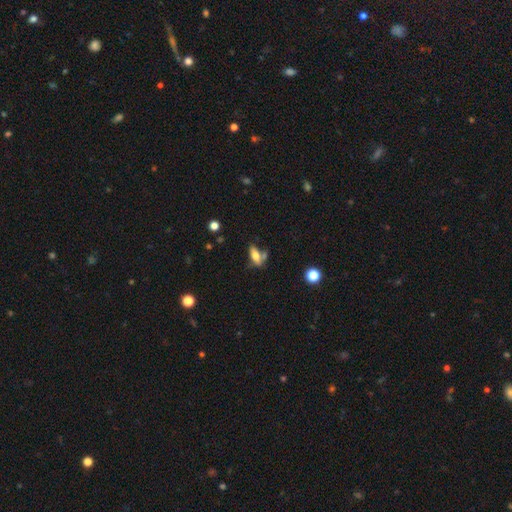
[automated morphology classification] The model was most divided on "merging": none: 47%, merger: 24%, minor disturbance: 19%, major disturbance: 10%. More confident: how rounded — in between (74%); smooth or featured — smooth (64%).